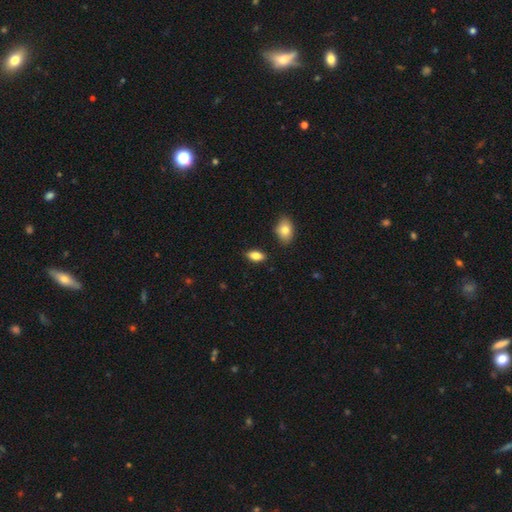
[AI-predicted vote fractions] Morphology: type=smooth (84%); roundness=in between (90%); merging=none (85%).